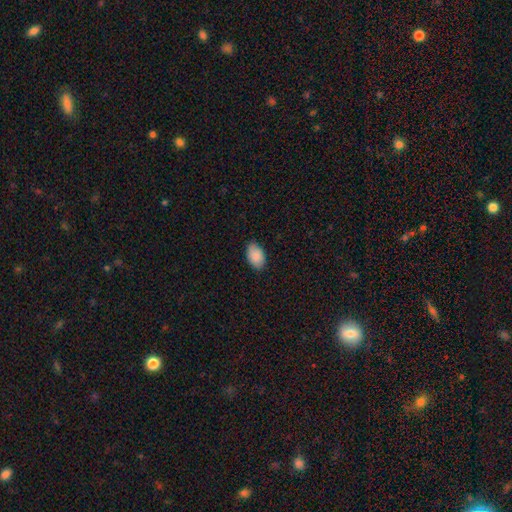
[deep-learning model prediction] Smooth or featured: smooth — 88% (star or artifact — 7%)
How rounded: in between — 92% (round — 7%)
Merging: none — 82% (minor disturbance — 15%)